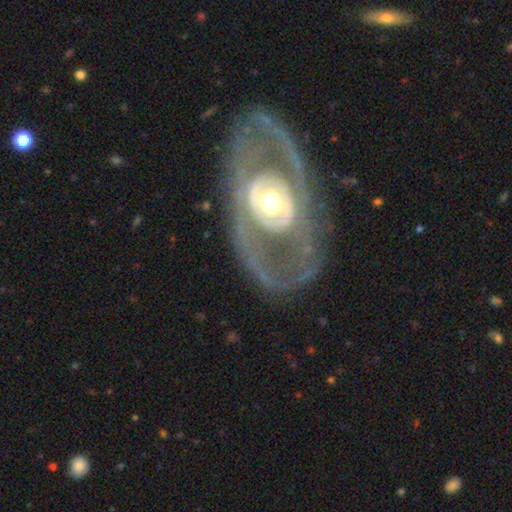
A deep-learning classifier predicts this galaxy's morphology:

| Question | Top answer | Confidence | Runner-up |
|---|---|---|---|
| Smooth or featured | featured or disk | 83% | smooth (12%) |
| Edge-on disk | no | 93% | yes (7%) |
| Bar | no | 66% | weak (21%) |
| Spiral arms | yes | 61% | no (39%) |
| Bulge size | moderate | 65% | large (19%) |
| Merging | none | 74% | major disturbance (12%) |